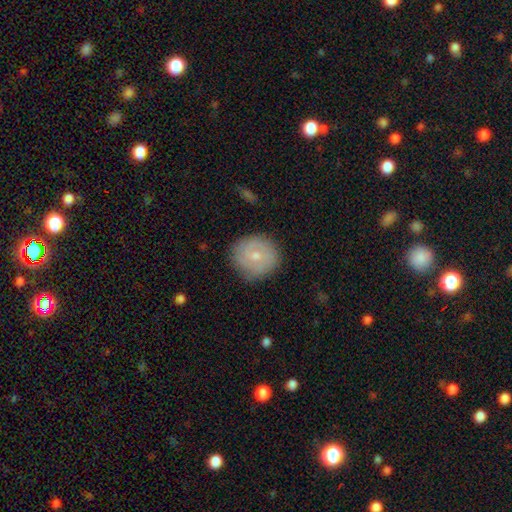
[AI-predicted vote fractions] A smooth galaxy with no disk features (57%) that is round (88%).

Vote fractions:
- Smooth or featured? smooth: 57% / featured or disk: 36% / star or artifact: 7%
- How rounded? round: 88% / in between: 11% / cigar-shaped: 1%
- Merging? none: 83% / minor disturbance: 13% / major disturbance: 3% / merger: 1%